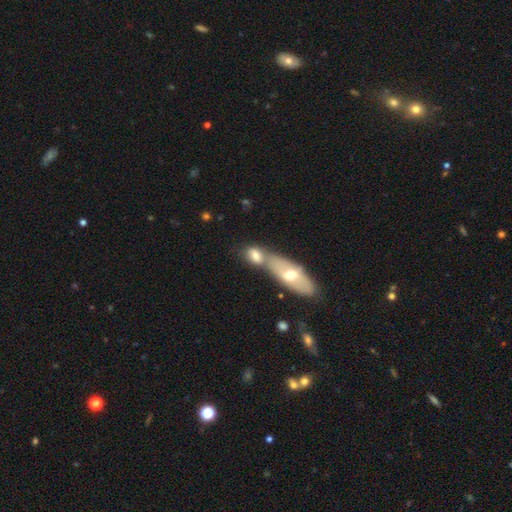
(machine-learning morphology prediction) Smooth or featured: smooth — 67% (featured or disk — 25%)
How rounded: in between — 74% (round — 13%)
Merging: merger — 55% (none — 31%)